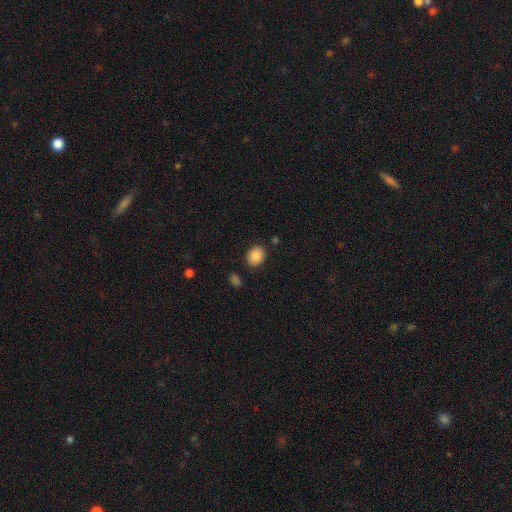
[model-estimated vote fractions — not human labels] A smooth galaxy with no disk features (86%) that is round (53%). Merging: none (86%).